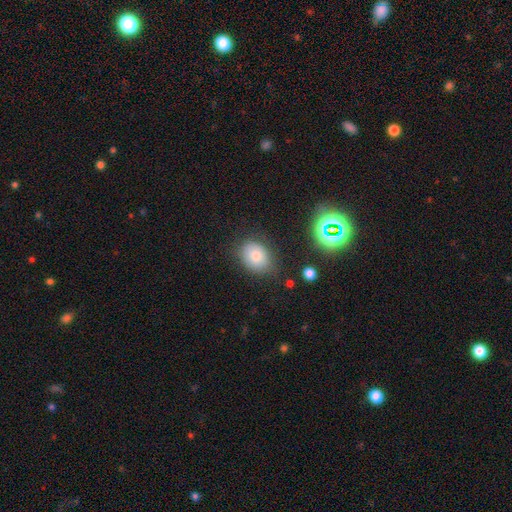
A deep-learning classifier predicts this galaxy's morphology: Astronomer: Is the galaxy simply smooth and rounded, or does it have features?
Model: smooth — 75%.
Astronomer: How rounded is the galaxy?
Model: in between — 58% (runner-up: round, 41%).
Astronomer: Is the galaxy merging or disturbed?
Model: none — 78%.